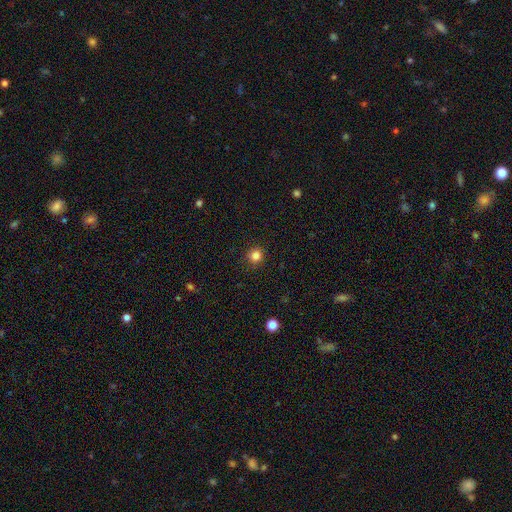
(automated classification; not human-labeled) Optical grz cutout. It shows a smooth galaxy with no disk features (84%) that is round (89%). Merging: none (89%).